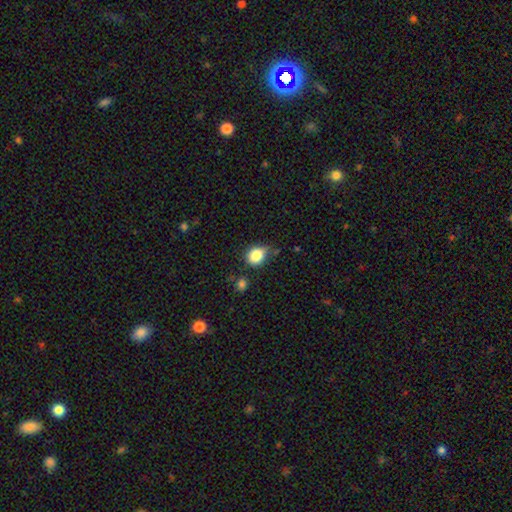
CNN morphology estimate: A smooth galaxy with no disk features (83%) that is round (59%). Merging: none (56%).